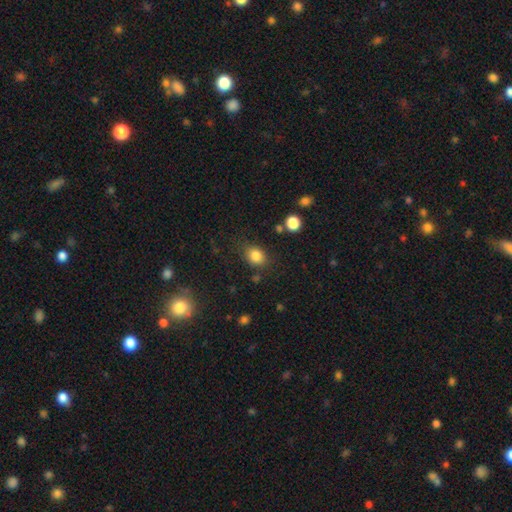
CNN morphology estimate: type=smooth (83%); roundness=round (50%); merging=none (77%).